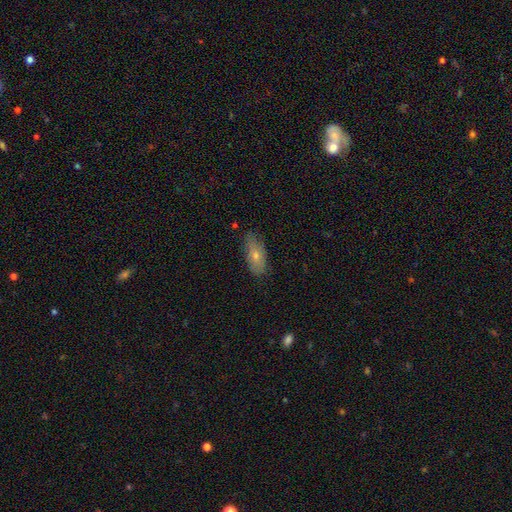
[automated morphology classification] smooth-or-featured: smooth: 58% | featured or disk: 32% | star or artifact: 10%
  how-rounded: in between: 78% | cigar-shaped: 18% | round: 5%
  merging: none: 77% | minor disturbance: 19% | major disturbance: 3% | merger: 1%